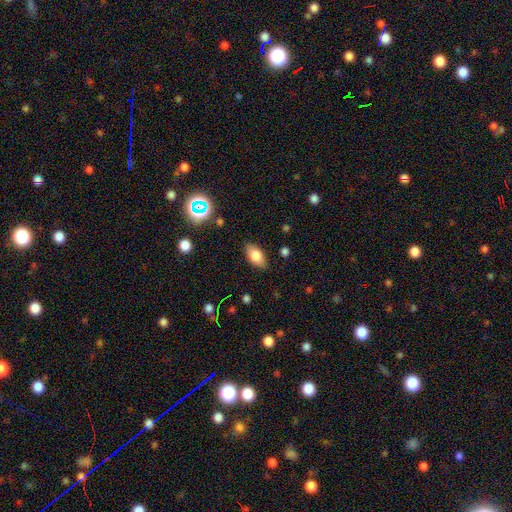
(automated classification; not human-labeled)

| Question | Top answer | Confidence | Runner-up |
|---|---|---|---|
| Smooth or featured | smooth | 78% | featured or disk (13%) |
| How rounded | in between | 90% | round (6%) |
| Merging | none | 85% | minor disturbance (11%) |